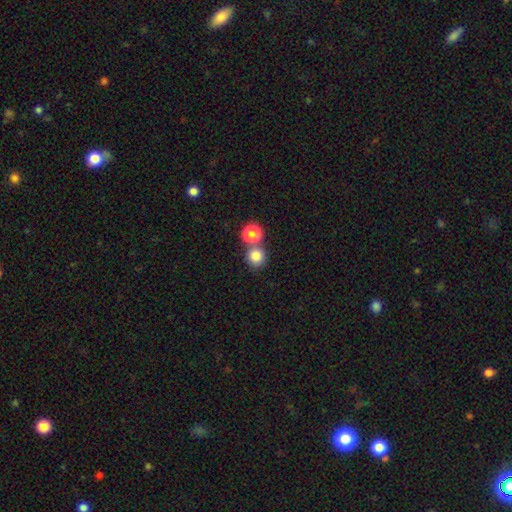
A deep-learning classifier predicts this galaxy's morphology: This appears to be a smooth galaxy with no disk features (82%) that is round (91%). Merging: none (63%).